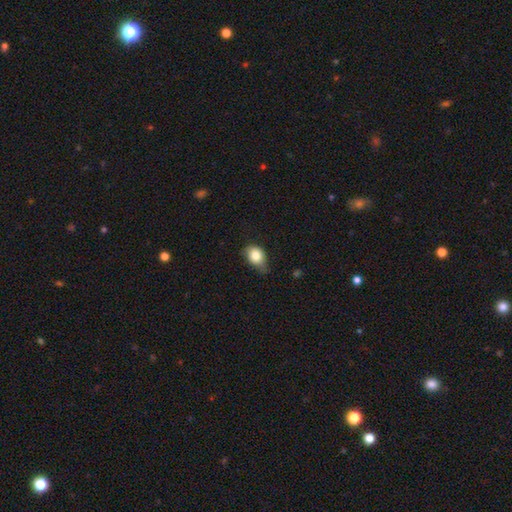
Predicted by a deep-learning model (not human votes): Morphology: type=smooth (82%); roundness=in between (61%); merging=minor disturbance (45%).